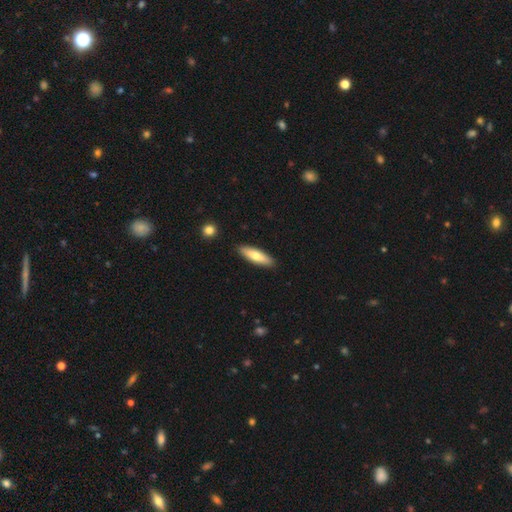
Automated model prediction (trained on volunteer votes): Overall: smooth (68%). How rounded: cigar-shaped (55%; in between 43%). Merging: none (89%).